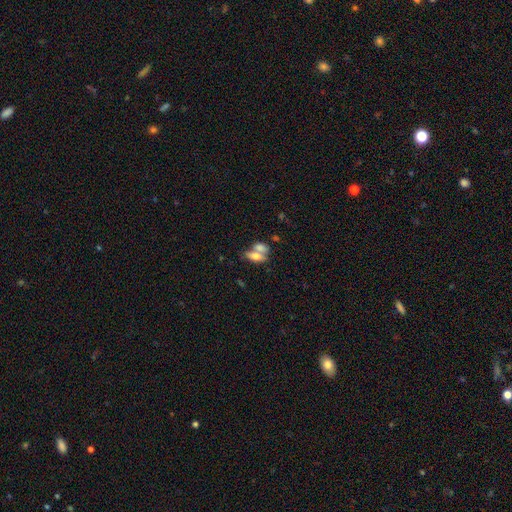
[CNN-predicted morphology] Smooth or featured: smooth — 68% (featured or disk — 23%)
How rounded: in between — 80% (cigar-shaped — 13%)
Merging: merger — 56% (none — 30%)